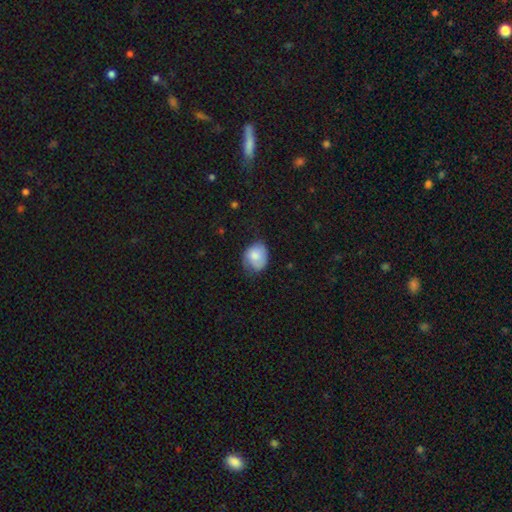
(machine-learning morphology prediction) smooth_or_featured: smooth (p=0.78) [alt: featured or disk p=0.15]
how_rounded: in between (p=0.51) [alt: round p=0.48]
merging: none (p=0.51) [alt: minor disturbance p=0.37]